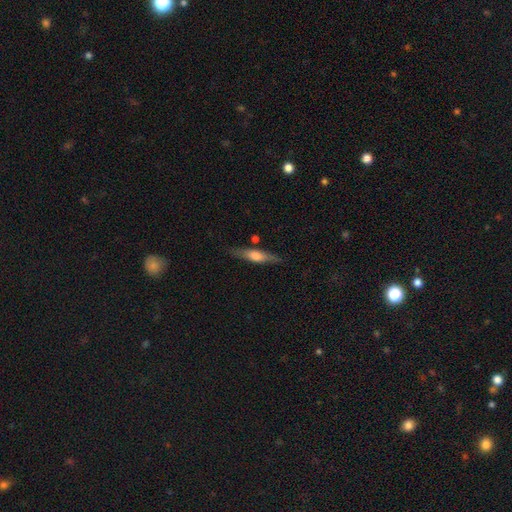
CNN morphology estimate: type=featured or disk (51%); edge-on=yes (90%); merging=none (82%).